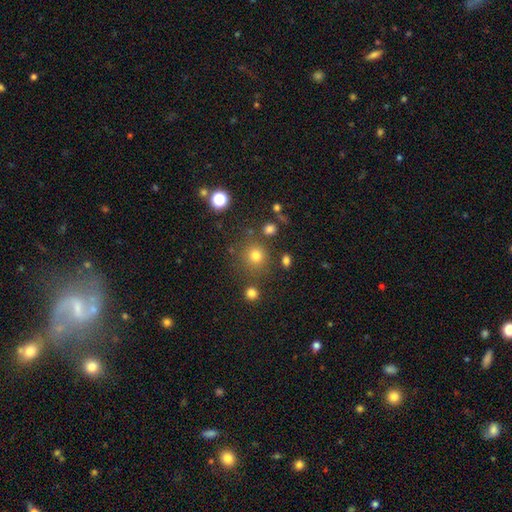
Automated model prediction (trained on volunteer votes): smooth 75%, star or artifact 19%, featured or disk 7%. Down the decision tree: how rounded — round (91%); merging — none (80%).